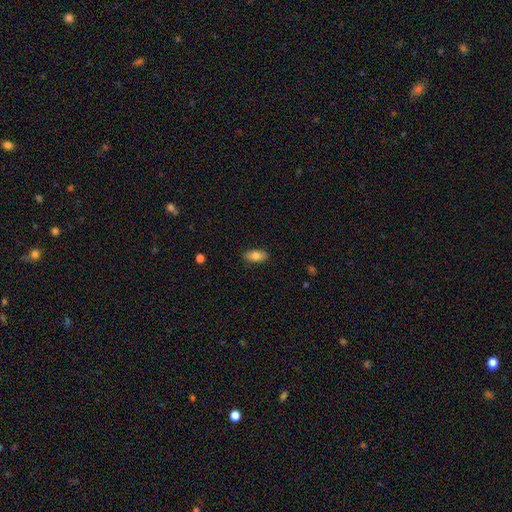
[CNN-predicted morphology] The model was most divided on "smooth or featured": smooth: 78%, featured or disk: 14%, star or artifact: 7%. More confident: how rounded — in between (90%); merging — none (87%).